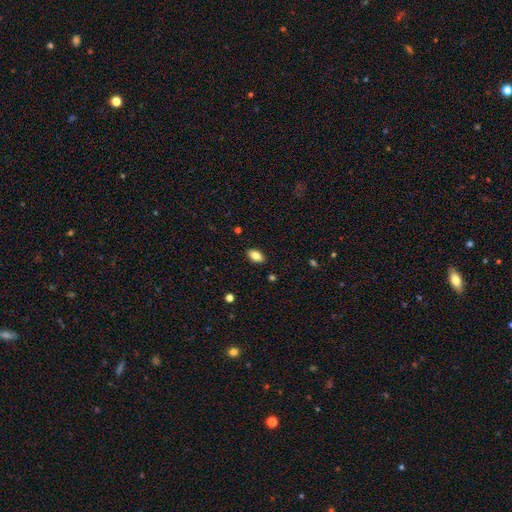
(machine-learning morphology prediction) Overall: smooth (85%). How rounded: in between (92%). Merging: none (88%).